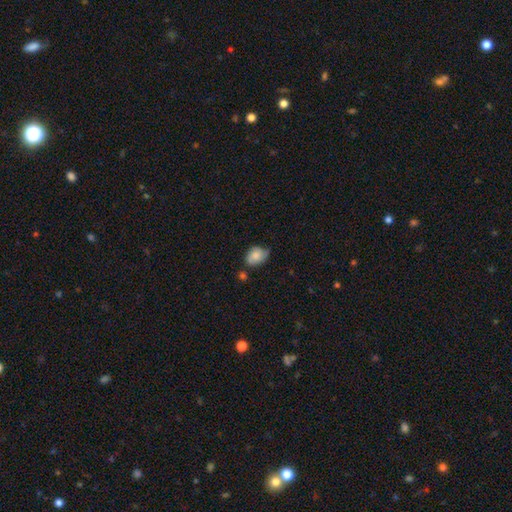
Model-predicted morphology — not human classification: smooth-or-featured: smooth: 76% | featured or disk: 16% | star or artifact: 8%
  how-rounded: in between: 72% | round: 27% | cigar-shaped: 1%
  merging: none: 49% | minor disturbance: 36% | major disturbance: 8% | merger: 7%